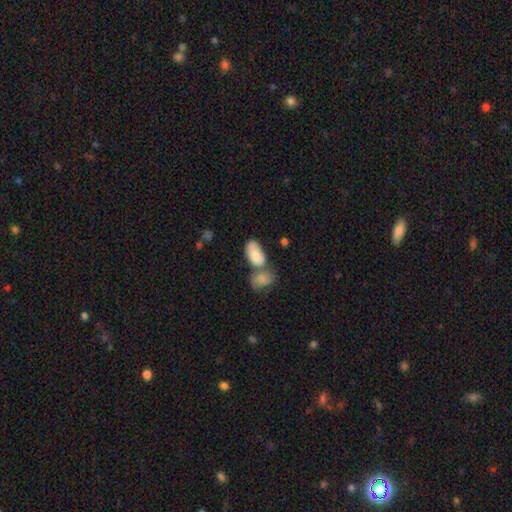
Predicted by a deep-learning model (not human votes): The model was most divided on "merging": merger: 49%, none: 31%, minor disturbance: 13%, major disturbance: 6%. More confident: how rounded — in between (93%); smooth or featured — smooth (79%).